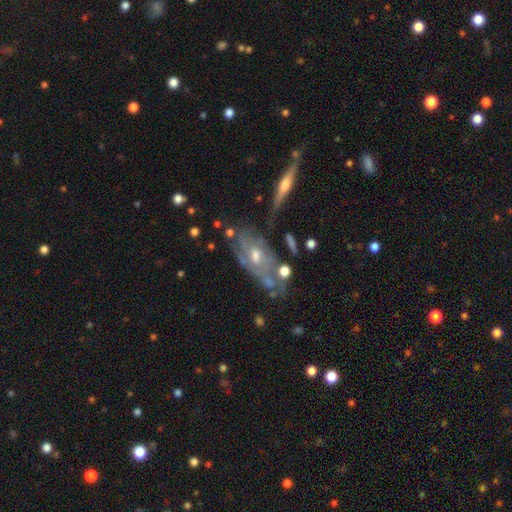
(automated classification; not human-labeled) The model was most divided on "spiral arms": yes: 64%, no: 36%. More confident: edge-on disk — no (79%); smooth or featured — featured or disk (76%); bar — no (73%); bulge size — moderate (61%); merging — none (53%).